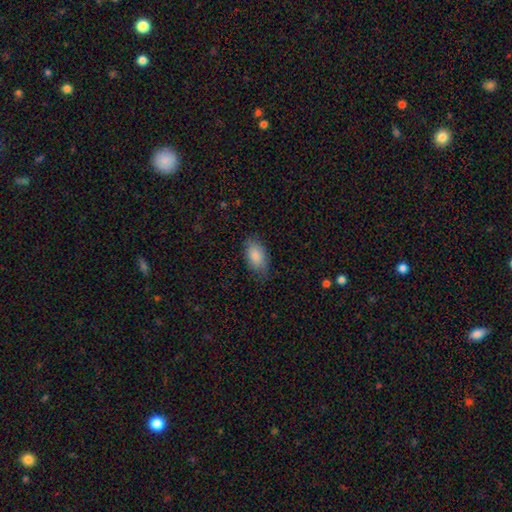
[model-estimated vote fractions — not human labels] The model was most divided on "merging": none: 78%, minor disturbance: 18%, major disturbance: 4%, merger: 1%. More confident: how rounded — in between (93%); smooth or featured — smooth (86%).